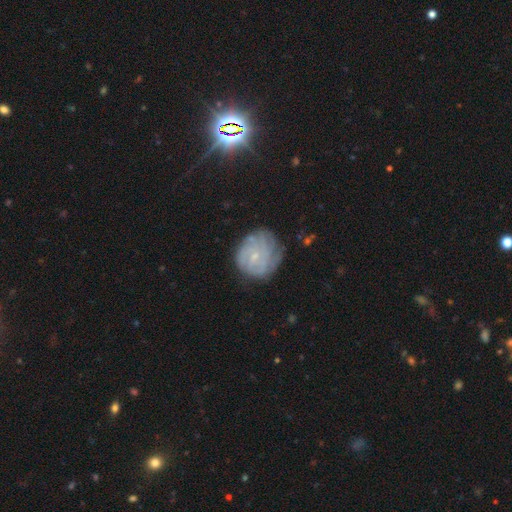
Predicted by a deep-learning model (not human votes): Overall: featured or disk (61%; smooth 29%). Edge-on disk: no (97%). Bar: no (69%). Spiral arms: yes (78%). Bulge size: small (76%). Merging: none (61%; minor disturbance 24%).